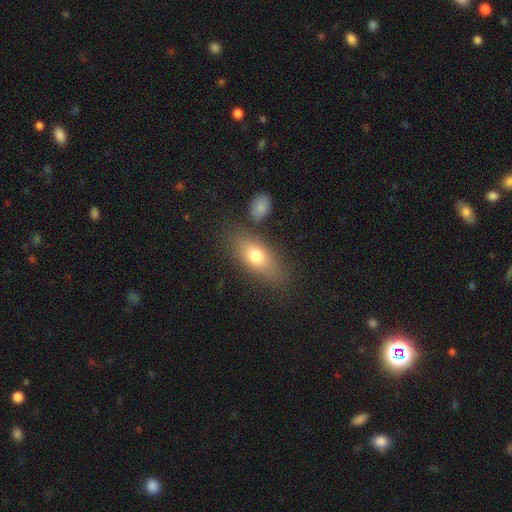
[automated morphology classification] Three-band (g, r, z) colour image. It shows a smooth galaxy with no disk features (72%) that is in between round and cigar-shaped (76%). Merging: none (74%).